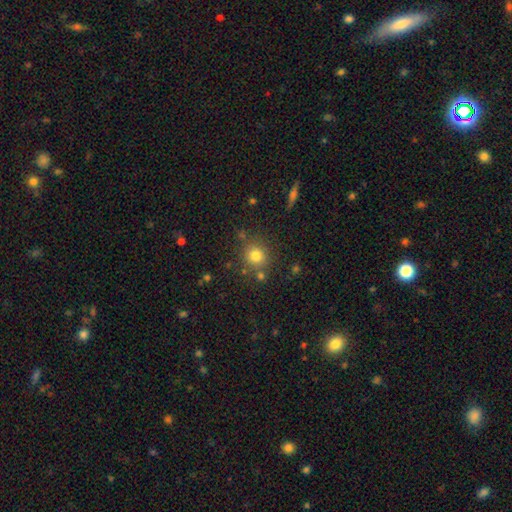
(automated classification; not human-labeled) A smooth galaxy with no disk features (78%) that is round (90%). Merging: none (79%).